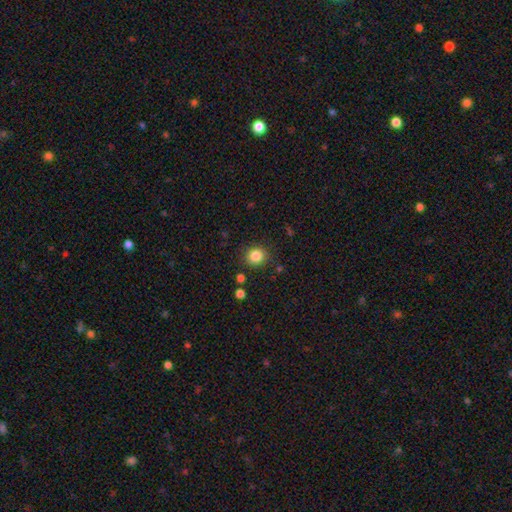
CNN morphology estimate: Smooth or featured?
  - smooth: 85% *
  - star or artifact: 11%
  - featured or disk: 5%
How rounded?
  - round: 83% *
  - in between: 16%
  - cigar-shaped: 1%
Merging?
  - none: 86% *
  - minor disturbance: 8%
  - major disturbance: 3%
  - merger: 2%